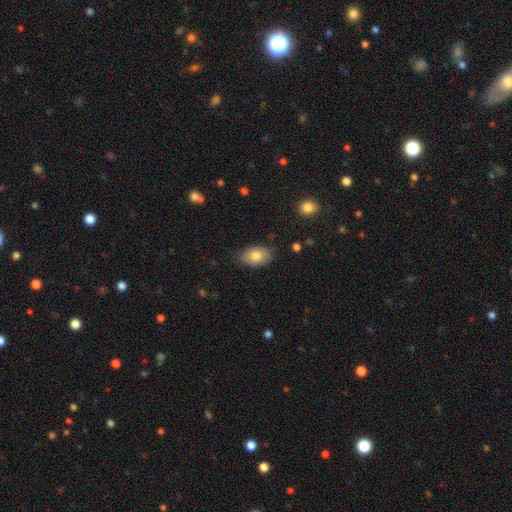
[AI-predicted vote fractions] Morphology: type=smooth (78%); roundness=in between (89%); merging=none (80%).